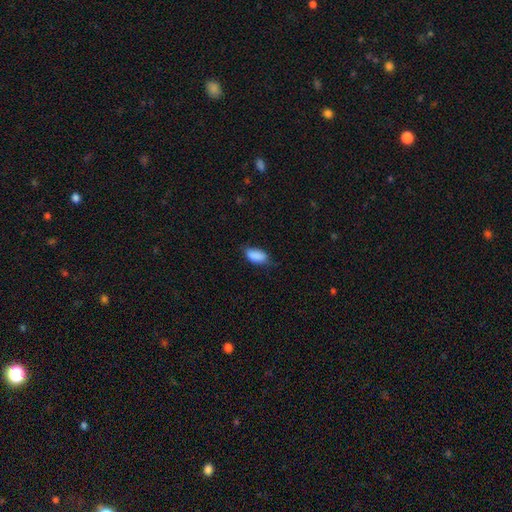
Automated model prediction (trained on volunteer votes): Smooth or featured: smooth — 88% (star or artifact — 7%)
How rounded: in between — 93% (cigar-shaped — 4%)
Merging: none — 66% (minor disturbance — 28%)